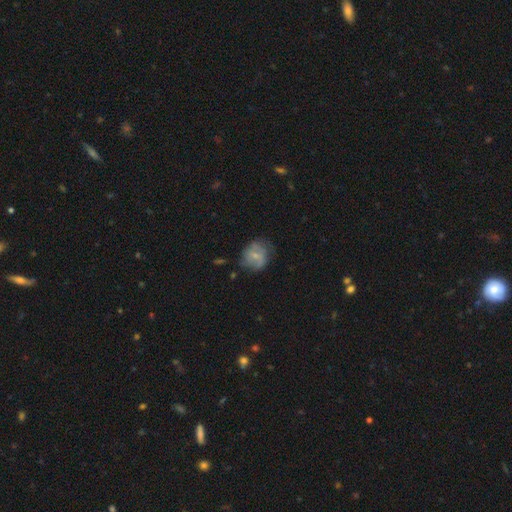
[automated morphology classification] Smooth or featured: smooth — 52% (featured or disk — 39%)
How rounded: round — 72% (in between — 27%)
Merging: none — 56% (minor disturbance — 28%)